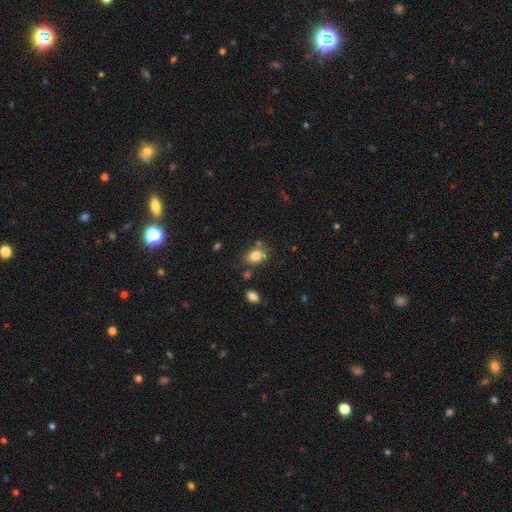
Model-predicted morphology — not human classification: This is clearly a smooth galaxy (82%). How rounded: likely in between (71%). Merging: likely none (72%).